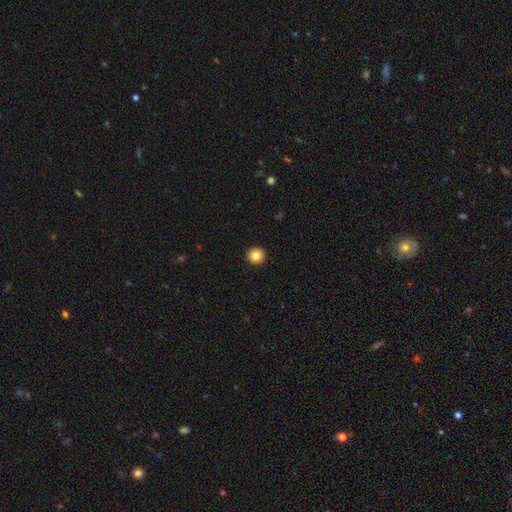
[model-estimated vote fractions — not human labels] Smooth or featured: smooth — 85% (star or artifact — 9%)
How rounded: round — 95% (in between — 4%)
Merging: none — 94% (minor disturbance — 4%)